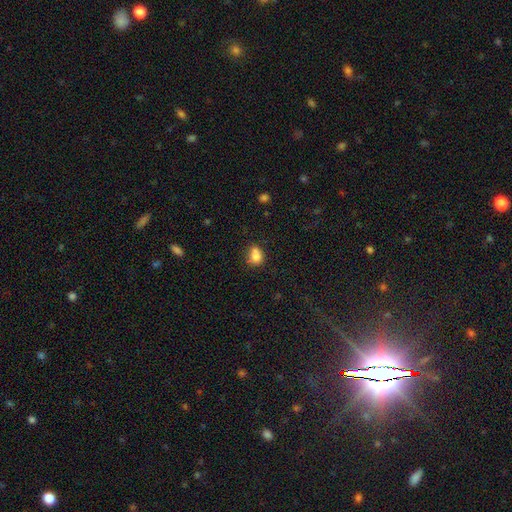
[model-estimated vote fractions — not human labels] Overall: smooth (81%). How rounded: in between (57%; round 42%). Merging: none (51%; minor disturbance 24%).